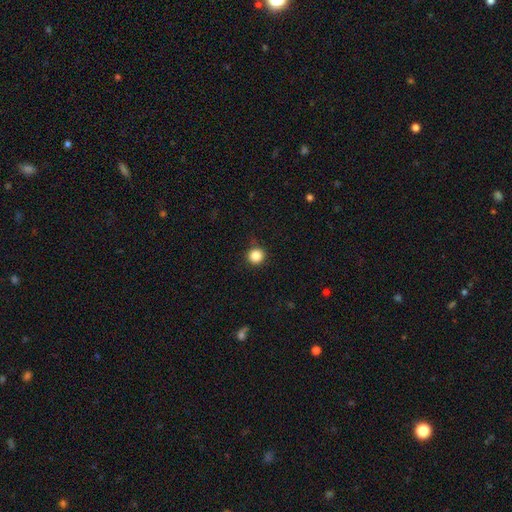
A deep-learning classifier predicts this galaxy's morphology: Smooth or featured?
  - smooth: 85% *
  - star or artifact: 11%
  - featured or disk: 4%
How rounded?
  - round: 95% *
  - in between: 4%
  - cigar-shaped: 1%
Merging?
  - none: 87% *
  - minor disturbance: 9%
  - major disturbance: 2%
  - merger: 1%